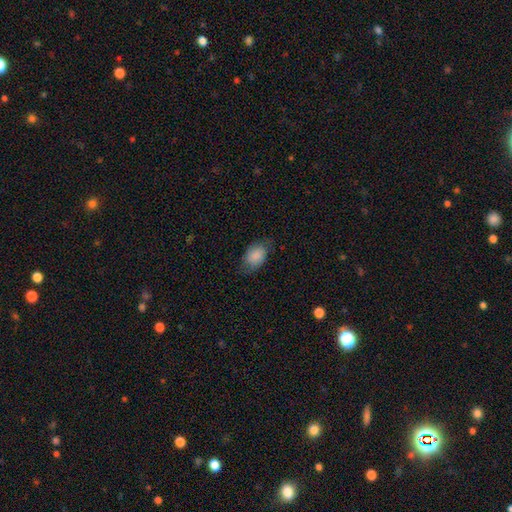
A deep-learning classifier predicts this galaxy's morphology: A smooth galaxy with no disk features (84%) that is in between round and cigar-shaped (88%).

Vote fractions:
- Smooth or featured? smooth: 84% / featured or disk: 10% / star or artifact: 7%
- How rounded? in between: 88% / round: 11% / cigar-shaped: 1%
- Merging? none: 69% / minor disturbance: 23% / major disturbance: 7% / merger: 1%